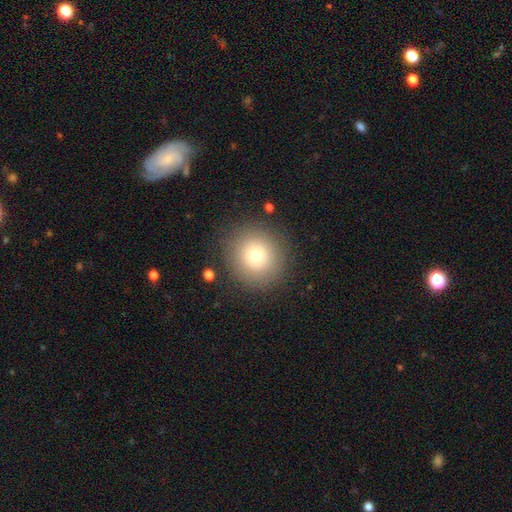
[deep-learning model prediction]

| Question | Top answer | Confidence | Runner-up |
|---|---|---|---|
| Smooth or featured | smooth | 76% | featured or disk (12%) |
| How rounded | round | 92% | in between (7%) |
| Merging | none | 86% | minor disturbance (8%) |